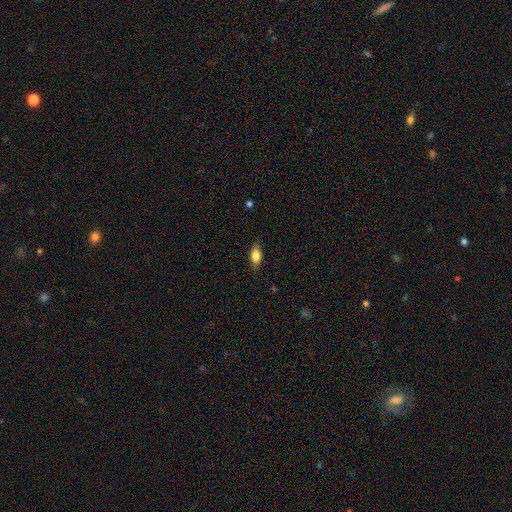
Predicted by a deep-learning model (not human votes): smooth 76%, featured or disk 17%, star or artifact 7%. Down the decision tree: how rounded — in between (83%); merging — none (79%).